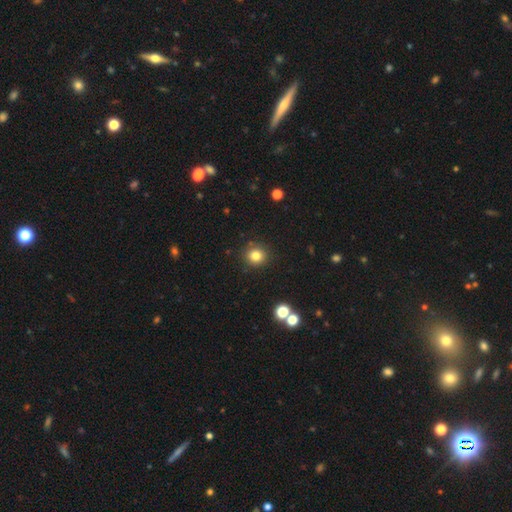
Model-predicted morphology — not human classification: Smooth or featured?
  - smooth: 81% *
  - star or artifact: 13%
  - featured or disk: 6%
How rounded?
  - round: 89% *
  - in between: 10%
  - cigar-shaped: 1%
Merging?
  - none: 88% *
  - minor disturbance: 7%
  - merger: 3%
  - major disturbance: 2%